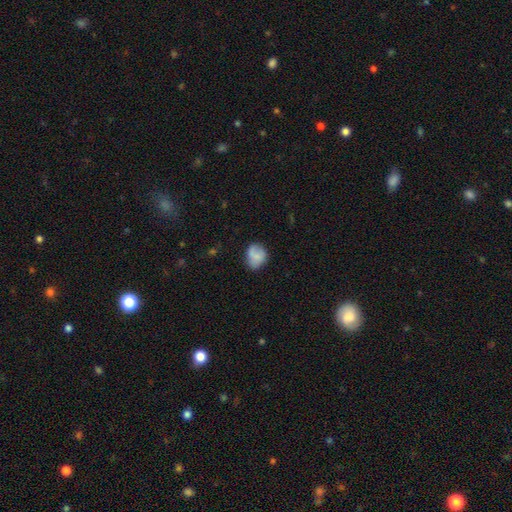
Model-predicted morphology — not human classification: Smooth or featured: smooth — 72% (featured or disk — 19%)
How rounded: round — 53% (in between — 45%)
Merging: none — 60% (minor disturbance — 28%)